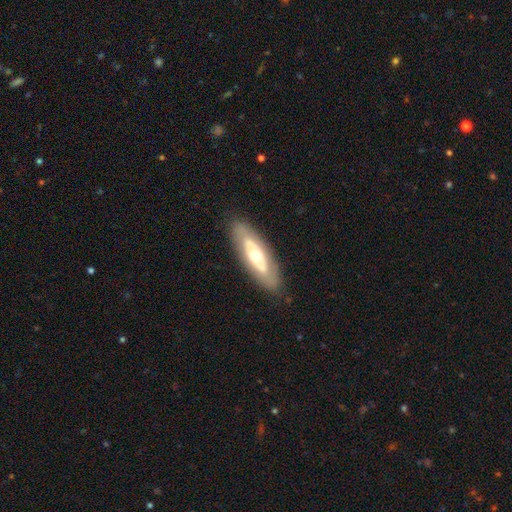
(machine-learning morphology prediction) smooth_or_featured: featured or disk (p=0.59) [alt: smooth p=0.36]
disk_edge_on: no (p=0.74) [alt: yes p=0.26]
merging: none (p=0.83) [alt: minor disturbance p=0.12]